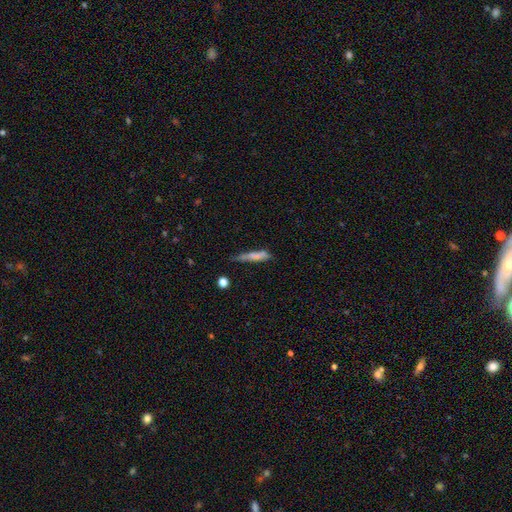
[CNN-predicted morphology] smooth 70%, featured or disk 22%, star or artifact 9%. Down the decision tree: how rounded — cigar-shaped (84%); merging — none (47%).